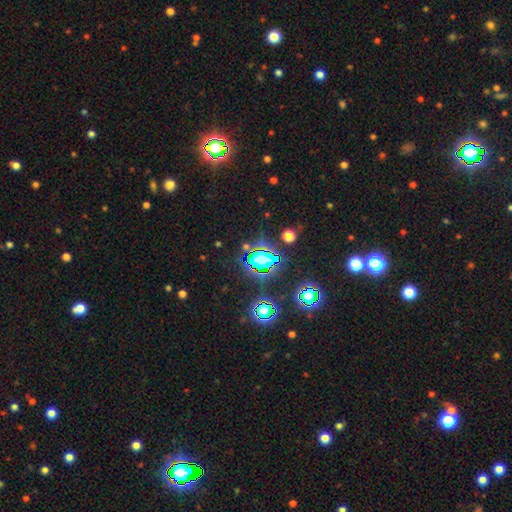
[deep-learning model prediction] The model was most divided on "smooth or featured": star or artifact: 78%, smooth: 14%, featured or disk: 8%.